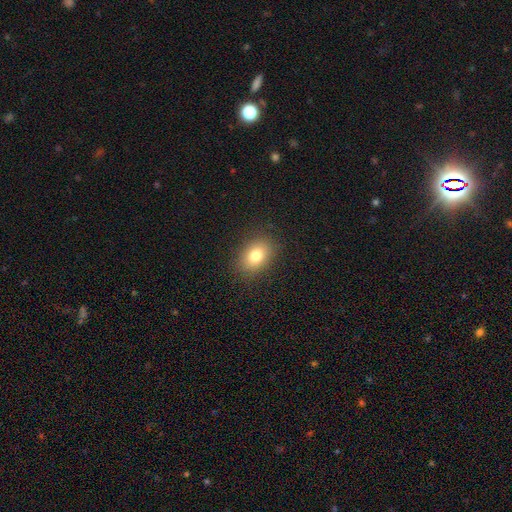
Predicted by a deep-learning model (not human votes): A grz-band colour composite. It shows a smooth galaxy with no disk features (80%) that is in between round and cigar-shaped (77%). Merging: none (87%).